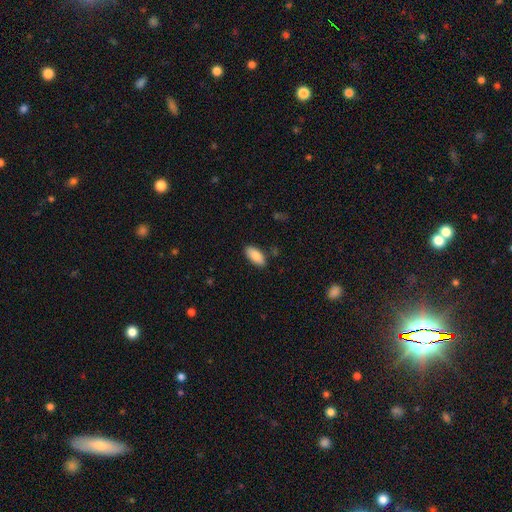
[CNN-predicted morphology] A smooth galaxy with no disk features (85%) that is in between round and cigar-shaped (92%).

Vote fractions:
- Smooth or featured? smooth: 85% / featured or disk: 9% / star or artifact: 6%
- How rounded? in between: 92% / cigar-shaped: 6% / round: 2%
- Merging? none: 85% / minor disturbance: 10% / major disturbance: 2% / merger: 2%